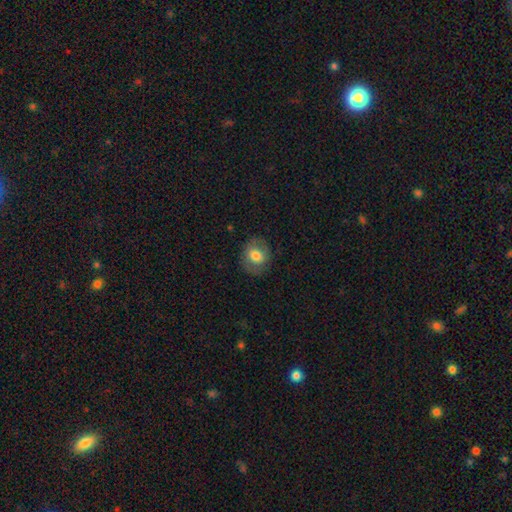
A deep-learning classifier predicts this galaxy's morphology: smooth-or-featured: smooth: 71% | featured or disk: 21% | star or artifact: 8%
  how-rounded: round: 65% | in between: 34% | cigar-shaped: 1%
  merging: none: 82% | minor disturbance: 13% | major disturbance: 5% | merger: 1%